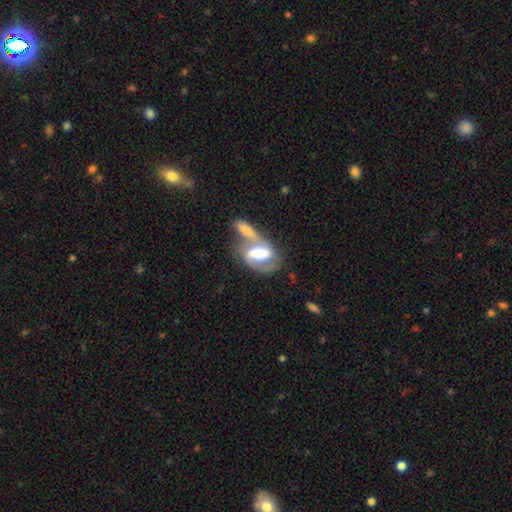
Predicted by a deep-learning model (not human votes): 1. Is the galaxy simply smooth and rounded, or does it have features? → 66% featured or disk, 24% smooth, 10% star or artifact.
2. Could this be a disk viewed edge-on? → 83% no, 17% yes.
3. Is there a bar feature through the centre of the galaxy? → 37% weak, 35% no, 29% strong.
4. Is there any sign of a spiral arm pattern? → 66% yes, 34% no.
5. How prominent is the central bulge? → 54% moderate, 23% large, 16% small, 4% none, 3% dominant.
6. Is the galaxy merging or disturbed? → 55% merger, 27% none, 10% minor disturbance, 8% major disturbance.